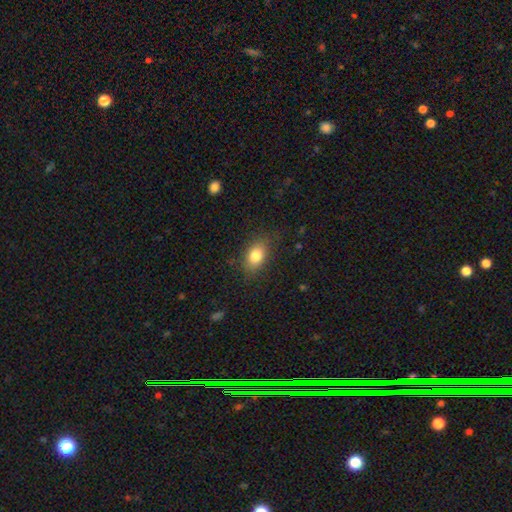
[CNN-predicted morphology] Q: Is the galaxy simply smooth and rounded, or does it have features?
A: smooth — 82%.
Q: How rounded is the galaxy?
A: in between — 83%.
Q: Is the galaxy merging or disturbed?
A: none — 81%.